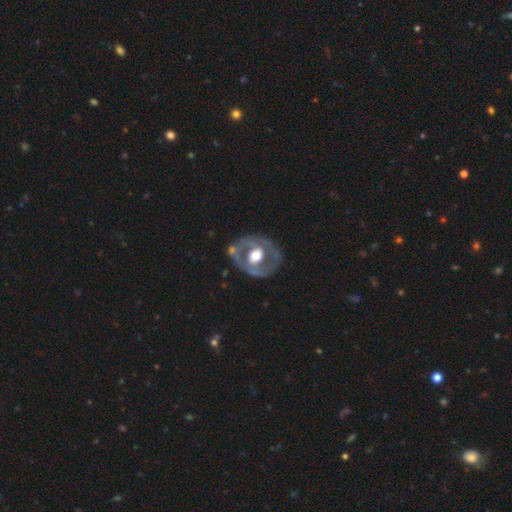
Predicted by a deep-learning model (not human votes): Overall: featured or disk (67%; smooth 28%). Edge-on disk: no (95%). Bar: no (67%). Spiral arms: no (72%). Bulge size: moderate (55%; large 37%). Merging: none (67%).